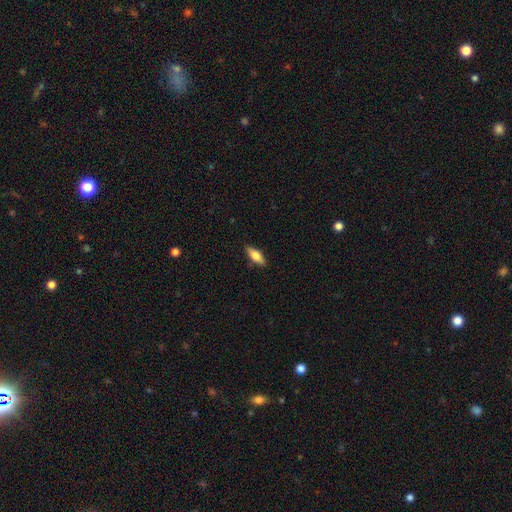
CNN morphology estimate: Smooth or featured: smooth — 71% (featured or disk — 23%)
How rounded: in between — 67% (cigar-shaped — 30%)
Merging: none — 86% (minor disturbance — 11%)